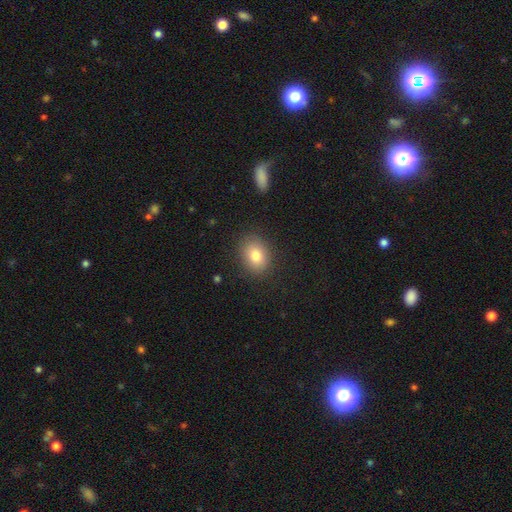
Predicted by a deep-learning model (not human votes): smooth-or-featured: smooth: 80% | star or artifact: 10% | featured or disk: 10%
  how-rounded: in between: 58% | round: 41% | cigar-shaped: 1%
  merging: none: 85% | minor disturbance: 10% | major disturbance: 3% | merger: 1%